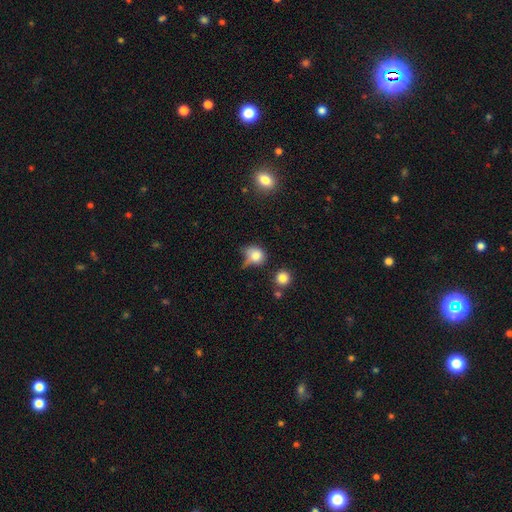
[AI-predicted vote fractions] A smooth galaxy with no disk features (78%) that is round (60%).

Vote fractions:
- Smooth or featured? smooth: 78% / star or artifact: 11% / featured or disk: 11%
- How rounded? round: 60% / in between: 38% / cigar-shaped: 2%
- Merging? none: 40% / minor disturbance: 30% / major disturbance: 17% / merger: 13%